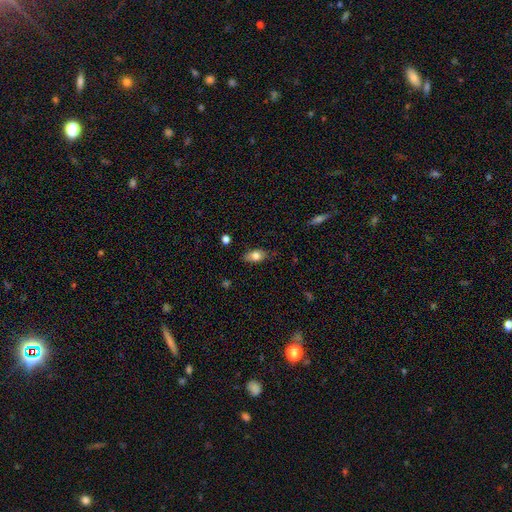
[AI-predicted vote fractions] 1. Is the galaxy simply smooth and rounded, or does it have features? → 77% smooth, 15% featured or disk, 8% star or artifact.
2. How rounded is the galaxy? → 85% in between, 9% round, 6% cigar-shaped.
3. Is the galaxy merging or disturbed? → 77% none, 19% minor disturbance, 3% major disturbance, 1% merger.